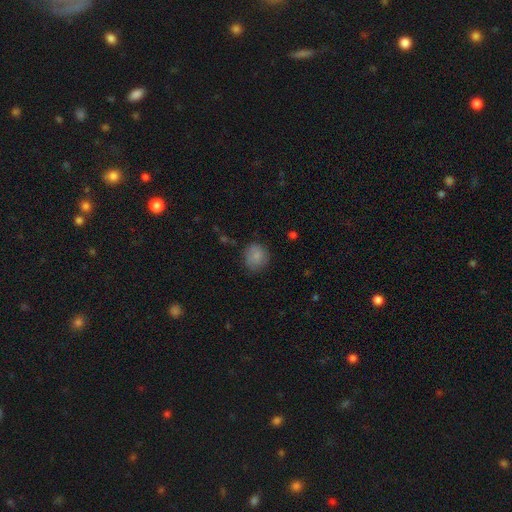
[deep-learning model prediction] This appears to be a smooth galaxy with no disk features (83%) that is round (84%). Merging: none (74%).